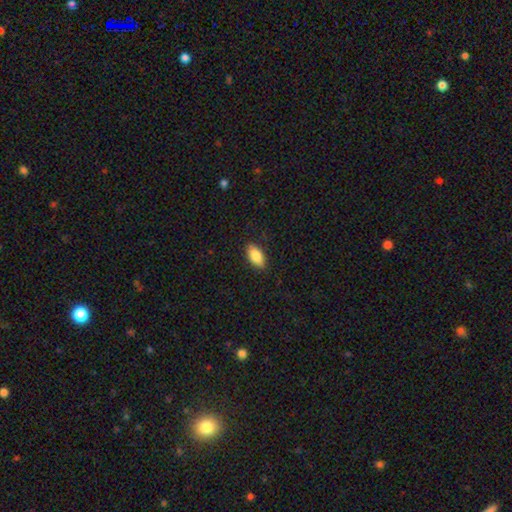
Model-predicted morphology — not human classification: A smooth galaxy with no disk features (83%) that is in between round and cigar-shaped (89%).

Vote fractions:
- Smooth or featured? smooth: 83% / featured or disk: 10% / star or artifact: 7%
- How rounded? in between: 89% / cigar-shaped: 8% / round: 3%
- Merging? none: 88% / minor disturbance: 9% / major disturbance: 2% / merger: 1%